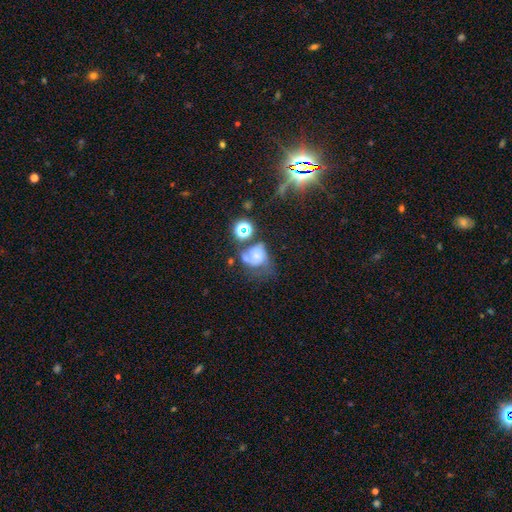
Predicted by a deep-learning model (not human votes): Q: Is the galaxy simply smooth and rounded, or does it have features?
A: featured or disk — 43%.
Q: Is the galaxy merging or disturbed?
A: major disturbance — 32%.